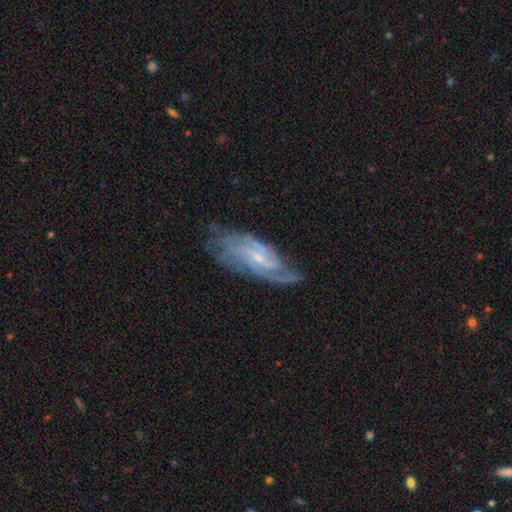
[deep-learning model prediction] This appears to be a featured or disk galaxy (81%) with no bar (54%), 2 (32%) tight (48%) spiral arms (95%) and a small central bulge (73%). Merging: none (71%).